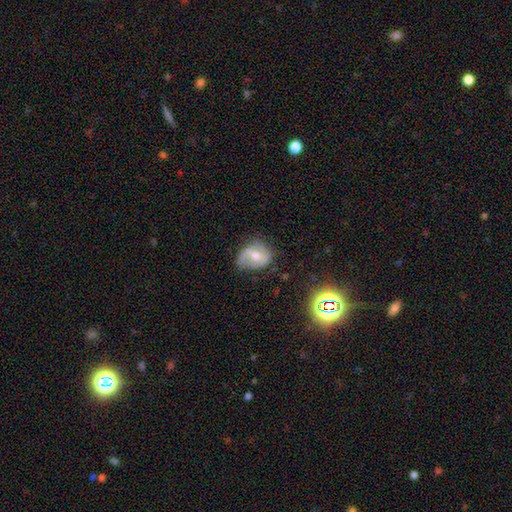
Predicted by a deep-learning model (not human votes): A featured or disk galaxy (52%). Merging: none (50%).